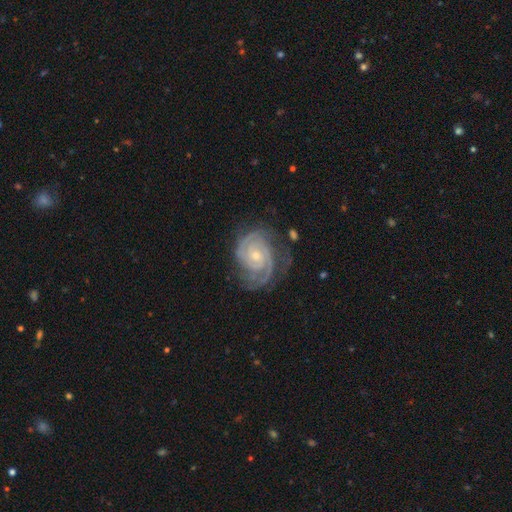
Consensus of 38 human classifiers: smooth-or-featured: featured or disk: 100% | smooth: 0% | star or artifact: 0%
  disk-edge-on: no: 100% | yes: 0%
    bar: no: 58% | weak: 29% | strong: 13%
    has-spiral-arms: yes: 100% | no: 0%
      spiral-winding: tight: 68% | medium: 29% | loose: 3%
      spiral-arm-count: 2: 74% | 3: 16% | 4: 5% | can't tell: 5% | 1: 0% | more than 4: 0%
    bulge-size: small: 76% | moderate: 18% | none: 5% | dominant: 0% | large: 0%
  merging: none: 84% | minor disturbance: 16% | major disturbance: 0% | merger: 0%